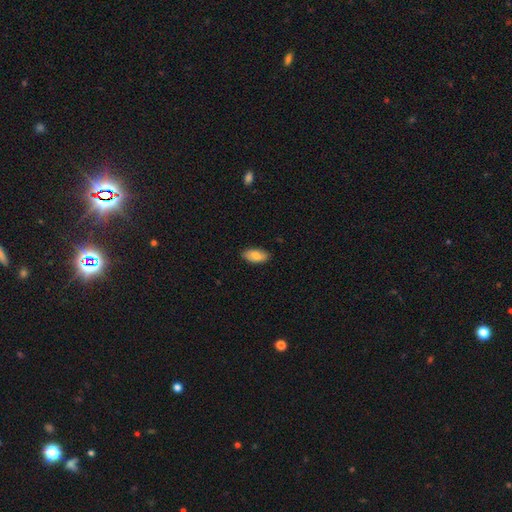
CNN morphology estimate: Smooth or featured: smooth — 82% (featured or disk — 12%)
How rounded: in between — 93% (cigar-shaped — 5%)
Merging: none — 87% (minor disturbance — 10%)